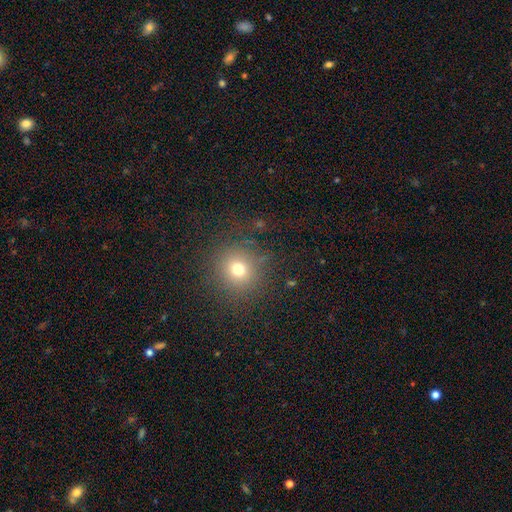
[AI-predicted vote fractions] smooth_or_featured: smooth (p=0.63) [alt: star or artifact p=0.30]
how_rounded: round (p=0.94) [alt: in between p=0.05]
merging: none (p=0.91) [alt: minor disturbance p=0.06]